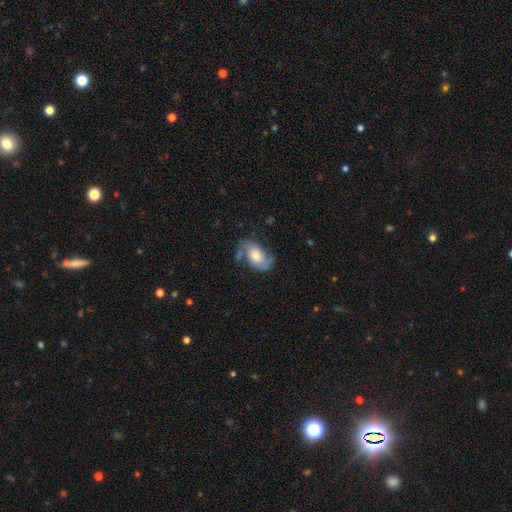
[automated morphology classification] The model was most divided on "spiral winding": medium: 44%, loose: 33%, tight: 23%. More confident: edge-on disk — no (96%); spiral arms — yes (89%); spiral arm count — 2 (84%); smooth or featured — featured or disk (68%); bar — no (66%); merging — none (59%); bulge size — moderate (52%).